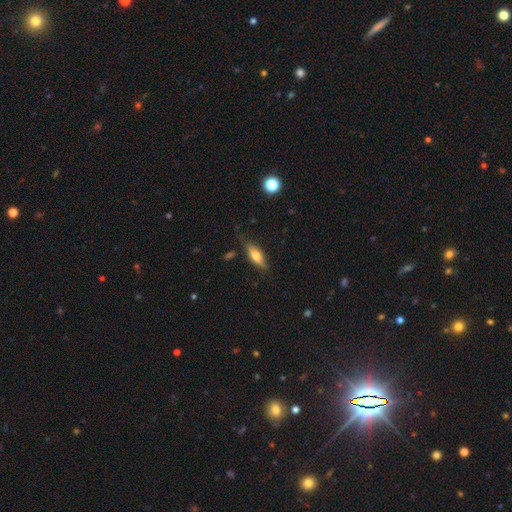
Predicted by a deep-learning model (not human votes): This is likely a smooth galaxy (62%). How rounded: possibly in between (58%). Merging: likely none (74%).